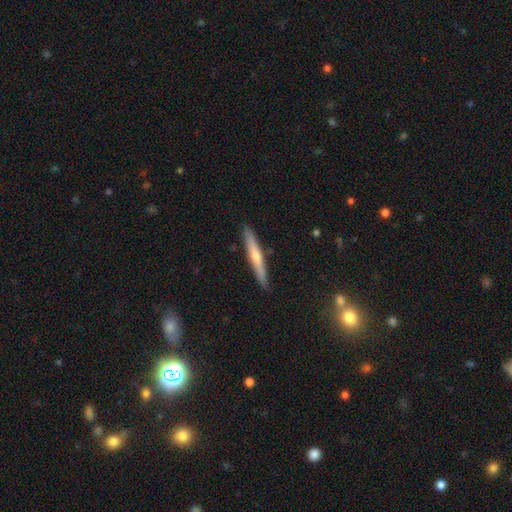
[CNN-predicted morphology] type=featured or disk (60%); edge-on=yes (96%); edge-on bulge=rounded (76%); merging=none (89%).